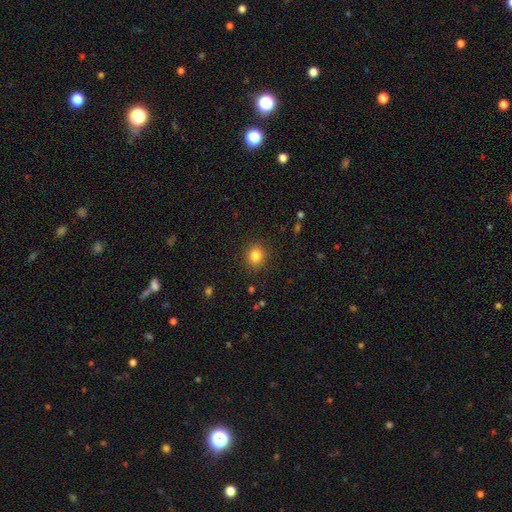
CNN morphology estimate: Smooth or featured? smooth (83%)
How rounded? round (80%)
Merging? none (89%)